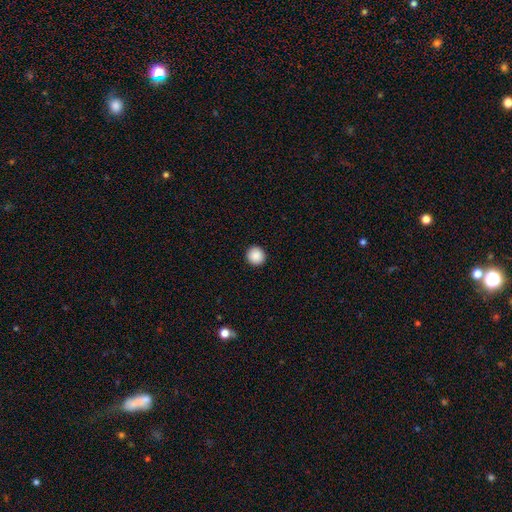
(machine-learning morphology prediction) This is clearly a smooth galaxy (89%). How rounded: clearly round (95%). Merging: clearly none (93%).